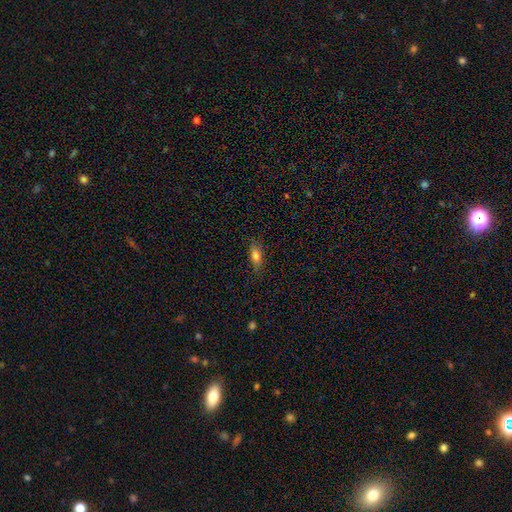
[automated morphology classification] smooth 77%, featured or disk 13%, star or artifact 10%. Down the decision tree: how rounded — in between (73%); merging — none (78%).